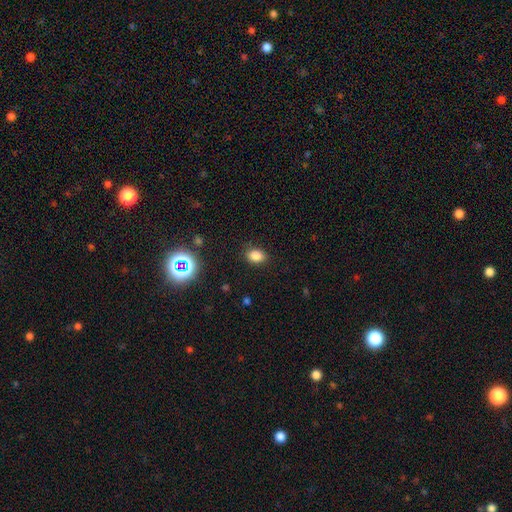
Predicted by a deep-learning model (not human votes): Smooth or featured? smooth (82%)
How rounded? in between (76%)
Merging? none (85%)